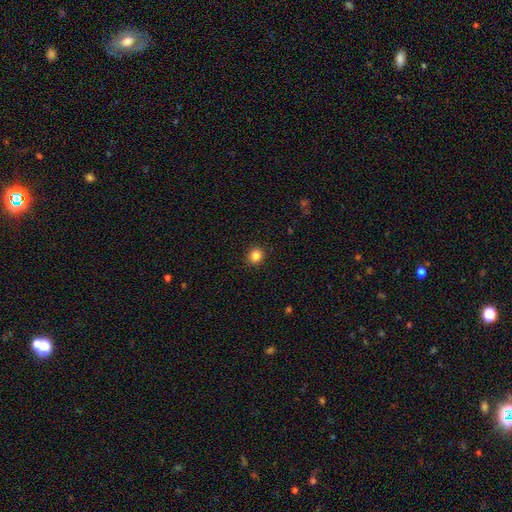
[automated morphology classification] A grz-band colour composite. It shows a smooth galaxy with no disk features (84%) that is round (86%). Merging: none (92%).